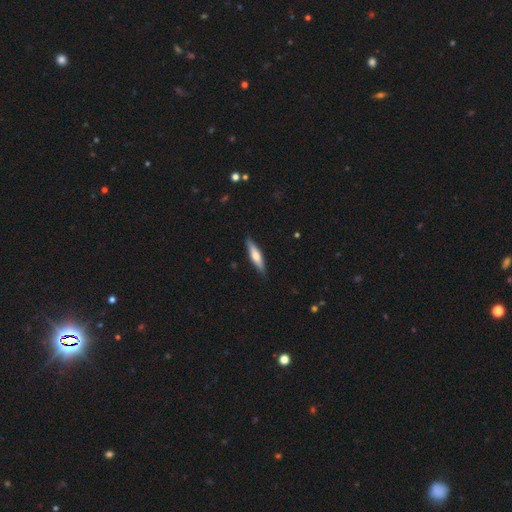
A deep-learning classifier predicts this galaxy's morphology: Smooth or featured: smooth — 53% (featured or disk — 42%)
How rounded: cigar-shaped — 77% (in between — 21%)
Merging: none — 89% (minor disturbance — 9%)